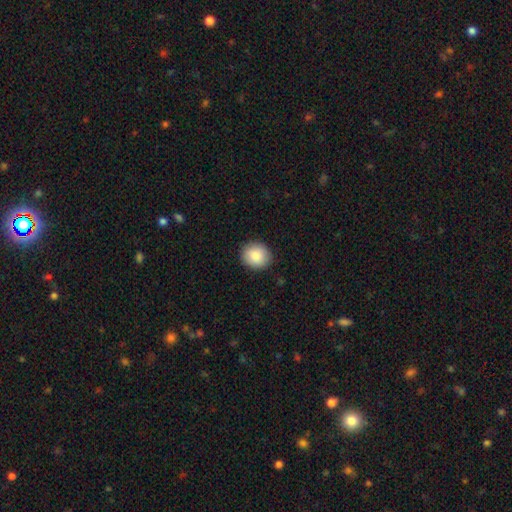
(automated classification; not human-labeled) A smooth galaxy with no disk features (88%) that is round (80%).

Vote fractions:
- Smooth or featured? smooth: 88% / star or artifact: 7% / featured or disk: 5%
- How rounded? round: 80% / in between: 19% / cigar-shaped: 1%
- Merging? none: 90% / minor disturbance: 7% / major disturbance: 2% / merger: 1%